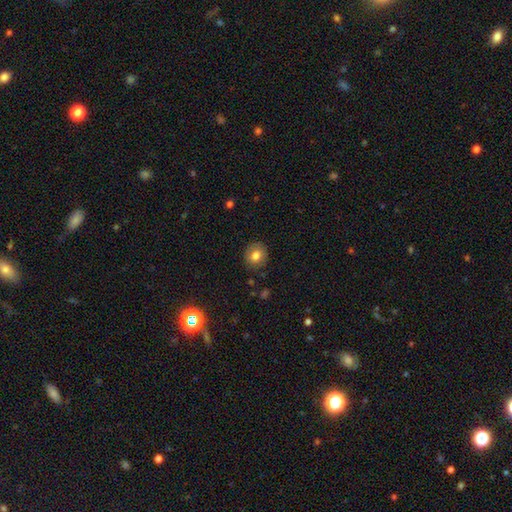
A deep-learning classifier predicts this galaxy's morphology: Smooth or featured? Predicted: smooth (p=0.79). How rounded? Predicted: round (p=0.81). Merging? Predicted: none (p=0.87).